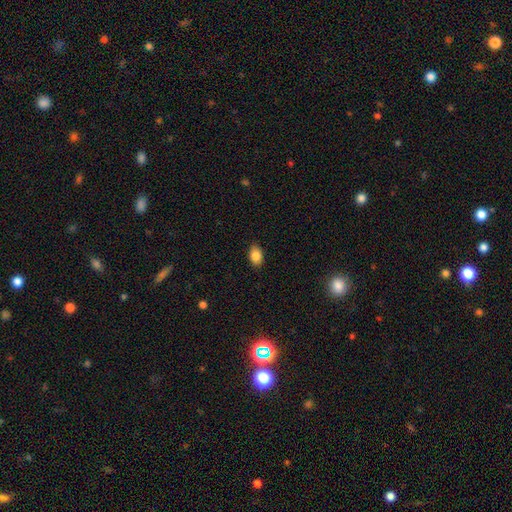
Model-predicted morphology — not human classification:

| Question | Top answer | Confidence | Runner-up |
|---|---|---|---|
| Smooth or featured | smooth | 86% | star or artifact (8%) |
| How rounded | in between | 85% | round (14%) |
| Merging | none | 87% | minor disturbance (9%) |